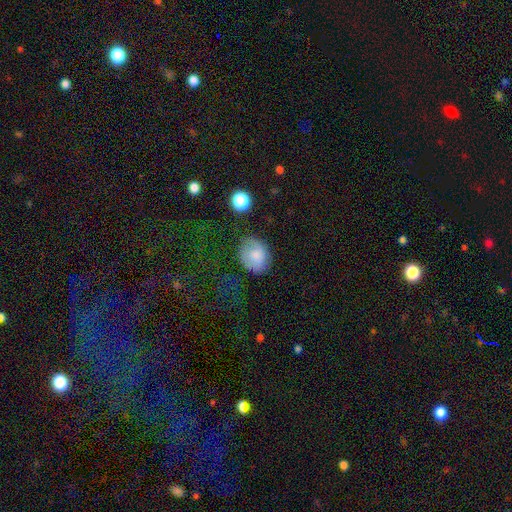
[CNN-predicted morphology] Overall: smooth (78%). How rounded: in between (56%; round 43%). Merging: none (66%).